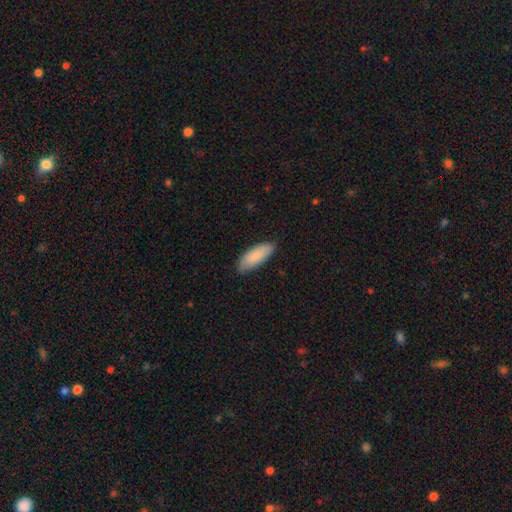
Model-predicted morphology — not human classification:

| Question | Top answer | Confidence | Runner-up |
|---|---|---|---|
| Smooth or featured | smooth | 84% | featured or disk (11%) |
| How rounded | in between | 74% | cigar-shaped (24%) |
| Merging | none | 83% | minor disturbance (14%) |